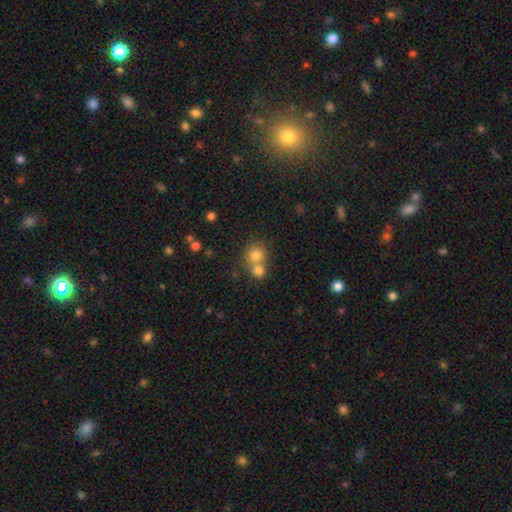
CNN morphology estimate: Overall: smooth (77%). How rounded: round (83%). Merging: merger (55%; none 37%).